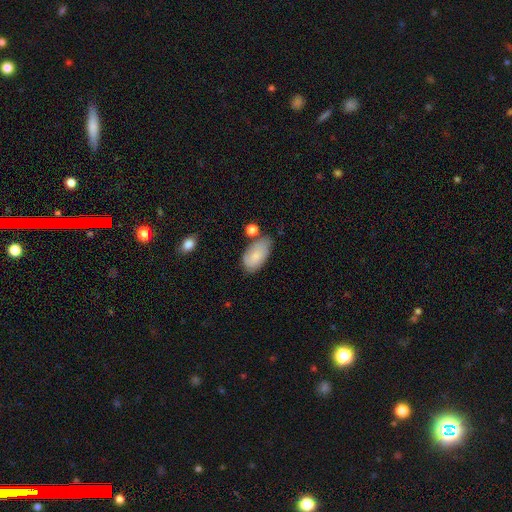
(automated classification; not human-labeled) Smooth or featured? smooth (77%)
How rounded? in between (94%)
Merging? none (56%)